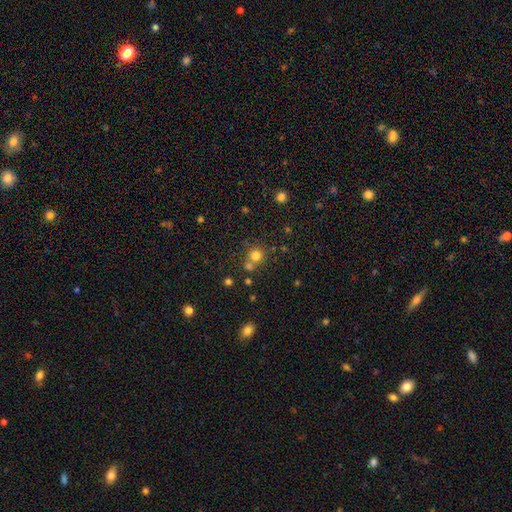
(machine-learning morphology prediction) A smooth galaxy with no disk features (76%) that is round (90%). Merging: none (58%).